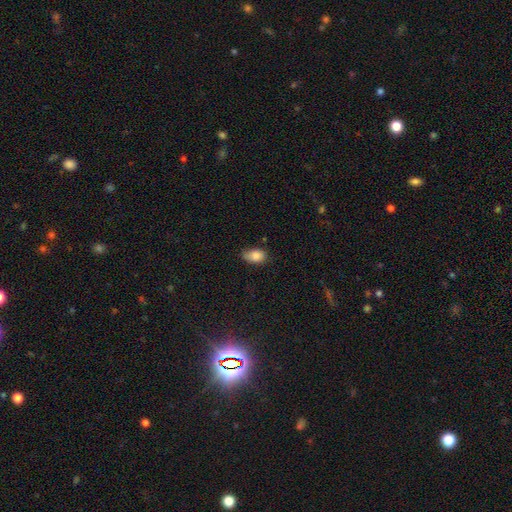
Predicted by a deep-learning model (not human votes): smooth_or_featured: smooth (p=0.85) [alt: star or artifact p=0.08]
how_rounded: in between (p=0.86) [alt: round p=0.13]
merging: none (p=0.59) [alt: minor disturbance p=0.33]